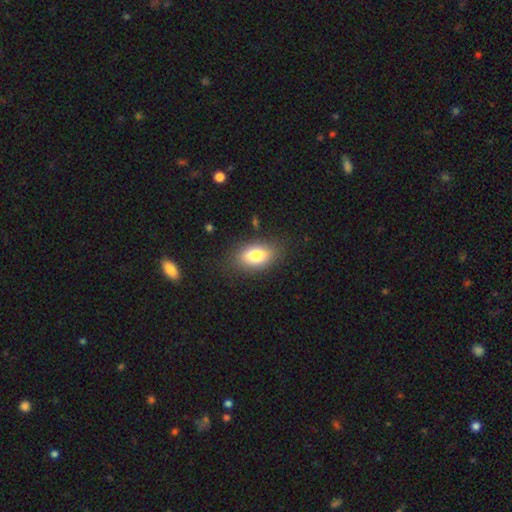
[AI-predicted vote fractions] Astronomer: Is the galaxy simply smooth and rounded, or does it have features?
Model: smooth — 75%.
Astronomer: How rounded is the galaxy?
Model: in between — 88%.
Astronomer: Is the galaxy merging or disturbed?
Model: none — 82%.